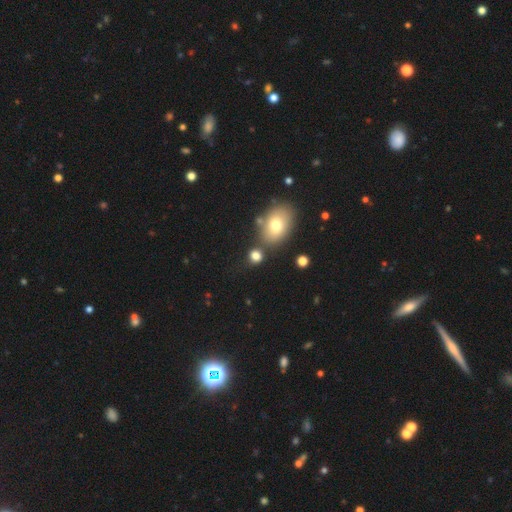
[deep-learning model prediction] This is likely a smooth galaxy (79%). How rounded: likely round (65%). Merging: likely none (69%).